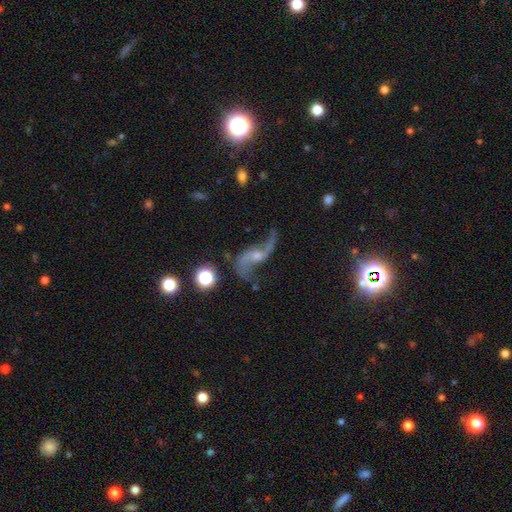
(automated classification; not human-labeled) A featured or disk galaxy (85%) with no bar (58%), 2 (93%) loose (91%) spiral arms (95%) and a small central bulge (50%). Merging: none (66%).